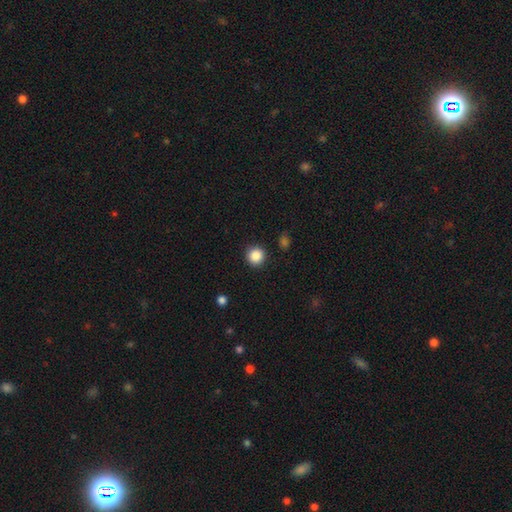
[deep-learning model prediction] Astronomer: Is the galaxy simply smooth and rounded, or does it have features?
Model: smooth — 87%.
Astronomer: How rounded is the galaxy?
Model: round — 94%.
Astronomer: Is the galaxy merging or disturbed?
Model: none — 91%.